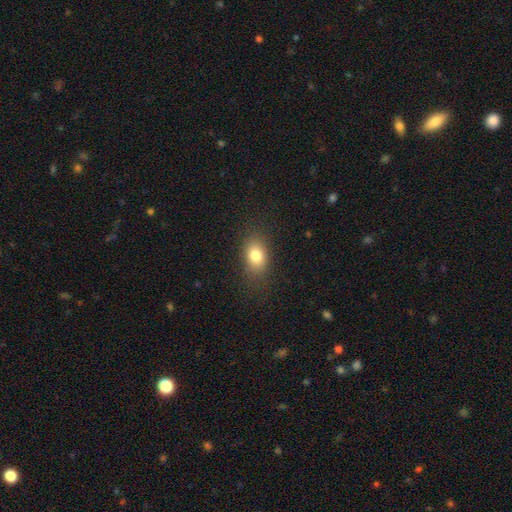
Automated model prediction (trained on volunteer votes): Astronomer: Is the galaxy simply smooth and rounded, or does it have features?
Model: smooth — 80%.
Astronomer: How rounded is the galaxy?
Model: in between — 75%.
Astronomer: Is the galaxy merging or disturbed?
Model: none — 81%.